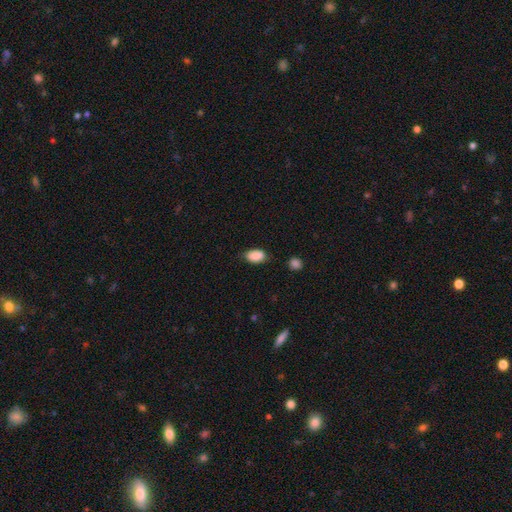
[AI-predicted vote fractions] smooth_or_featured: smooth (p=0.88) [alt: star or artifact p=0.07]
how_rounded: in between (p=0.90) [alt: round p=0.08]
merging: none (p=0.75) [alt: minor disturbance p=0.19]